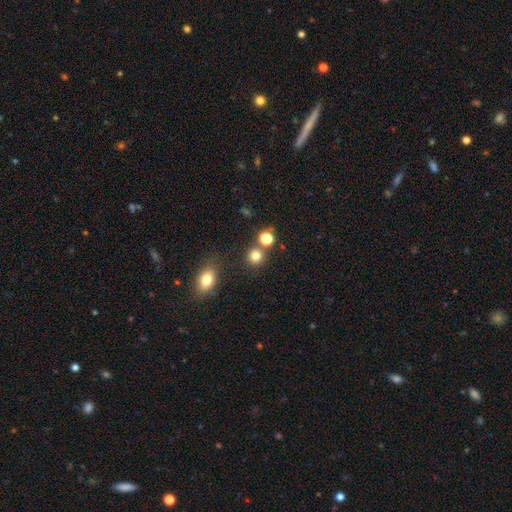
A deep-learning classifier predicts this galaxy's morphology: A smooth galaxy with no disk features (80%) that is round (88%). Merging: none (76%).